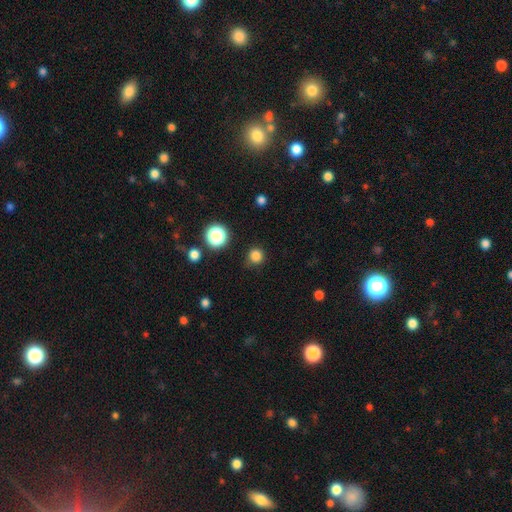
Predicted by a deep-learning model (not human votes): smooth-or-featured: smooth: 81% | star or artifact: 15% | featured or disk: 3%
  how-rounded: round: 94% | in between: 5% | cigar-shaped: 1%
  merging: none: 86% | minor disturbance: 10% | major disturbance: 3% | merger: 2%